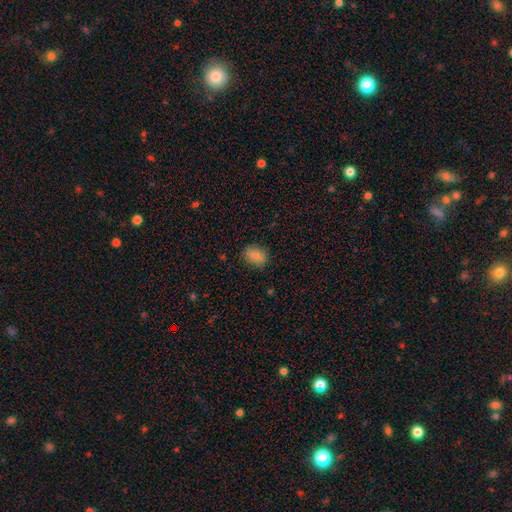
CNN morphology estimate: Smooth or featured? Predicted: smooth (p=0.84). How rounded? Predicted: in between (p=0.72). Merging? Predicted: none (p=0.84).